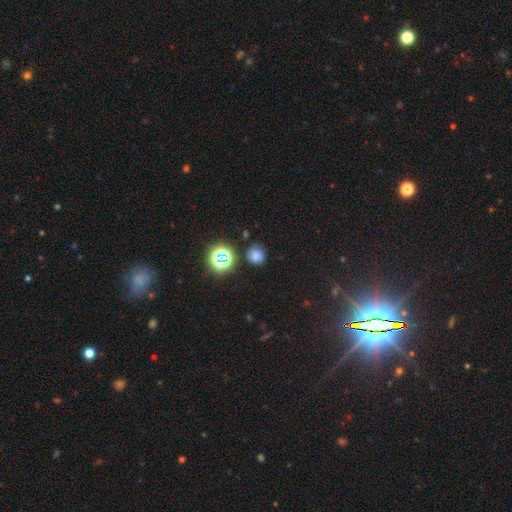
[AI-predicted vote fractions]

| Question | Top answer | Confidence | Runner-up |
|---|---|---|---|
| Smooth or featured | smooth | 67% | star or artifact (24%) |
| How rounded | round | 78% | in between (21%) |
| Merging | none | 76% | minor disturbance (15%) |